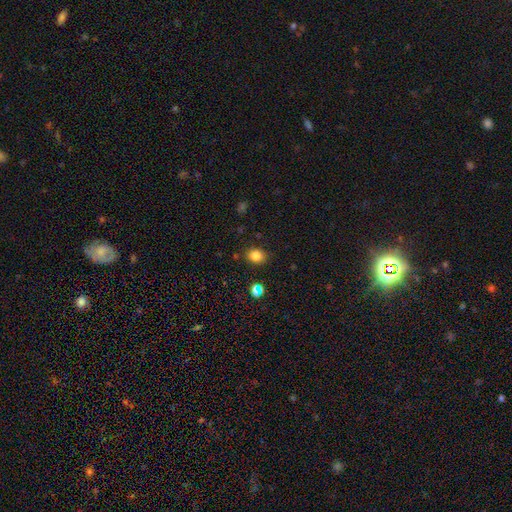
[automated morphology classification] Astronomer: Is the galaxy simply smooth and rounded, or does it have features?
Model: smooth — 81%.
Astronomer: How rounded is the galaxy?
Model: round — 58% (runner-up: in between, 41%).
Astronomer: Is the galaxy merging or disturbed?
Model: none — 85%.